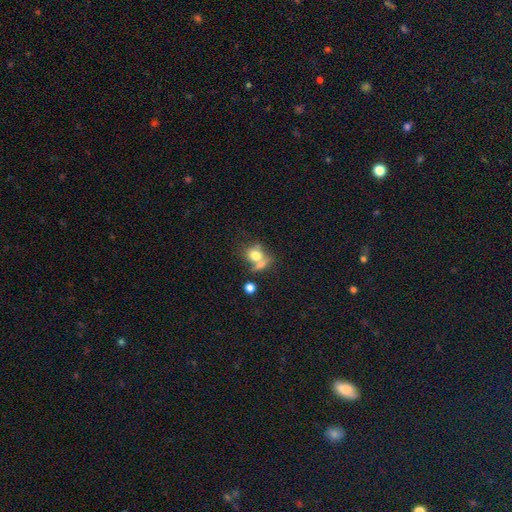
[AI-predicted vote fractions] A smooth galaxy with no disk features (71%) that is round (58%). Merging: merger (45%).